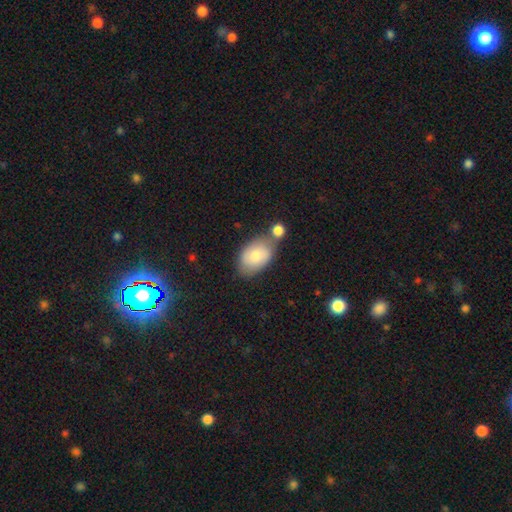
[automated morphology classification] smooth-or-featured: smooth: 77% | featured or disk: 17% | star or artifact: 6%
  how-rounded: in between: 90% | round: 9% | cigar-shaped: 1%
  merging: none: 51% | merger: 26% | minor disturbance: 18% | major disturbance: 5%